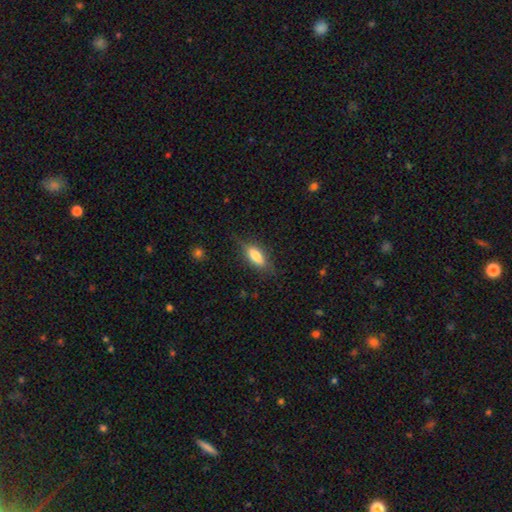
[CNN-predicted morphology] Smooth or featured?
  - smooth: 69% *
  - featured or disk: 23%
  - star or artifact: 7%
How rounded?
  - in between: 70% *
  - cigar-shaped: 27%
  - round: 3%
Merging?
  - none: 74% *
  - minor disturbance: 19%
  - major disturbance: 6%
  - merger: 1%